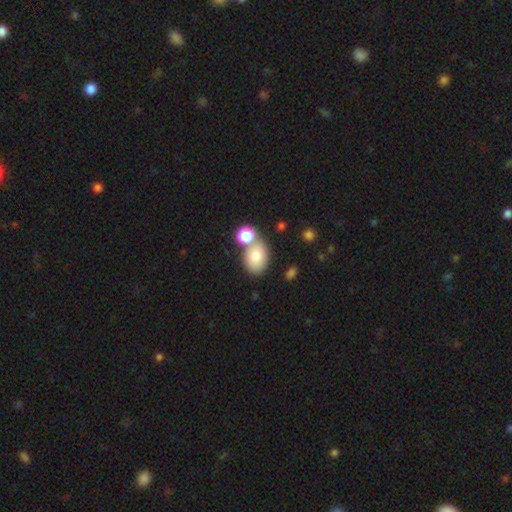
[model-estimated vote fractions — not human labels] The model was most divided on "merging": none: 50%, merger: 34%, minor disturbance: 12%, major disturbance: 4%. More confident: smooth or featured — smooth (80%); how rounded — in between (73%).